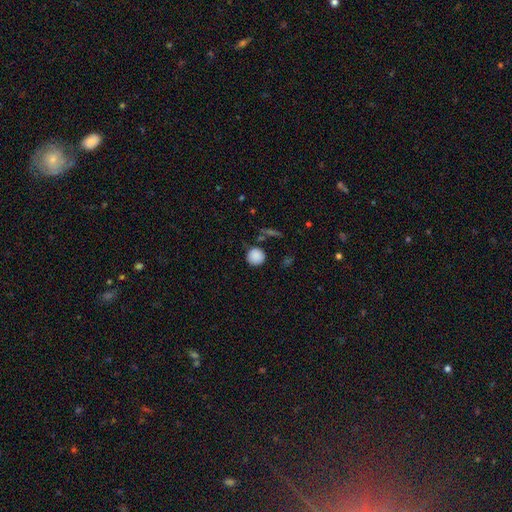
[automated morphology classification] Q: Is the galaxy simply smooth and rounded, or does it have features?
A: smooth — 88%.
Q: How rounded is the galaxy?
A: round — 93%.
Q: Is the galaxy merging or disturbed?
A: none — 83%.